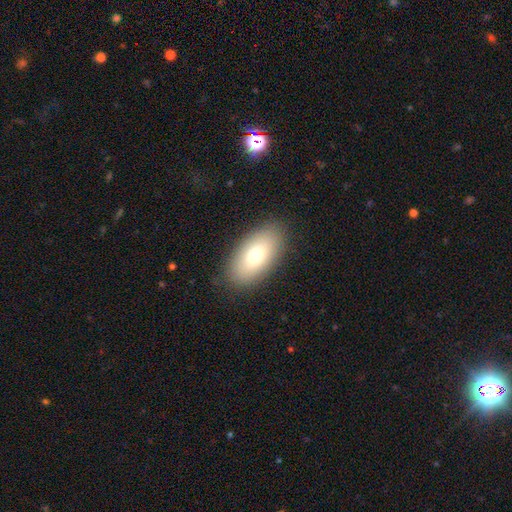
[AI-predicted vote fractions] This is likely a smooth galaxy (71%). How rounded: clearly in between (92%). Merging: clearly none (87%).